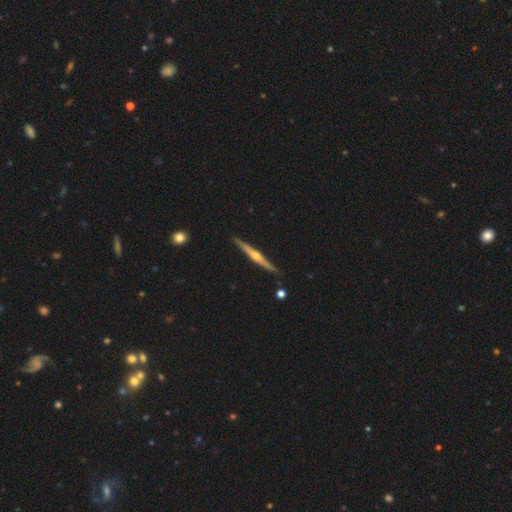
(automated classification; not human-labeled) This is likely a featured or disk galaxy (75%). It is clearly viewed edge-on (98%). Edge-on bulge: clearly rounded (88%). Merging: clearly none (88%).